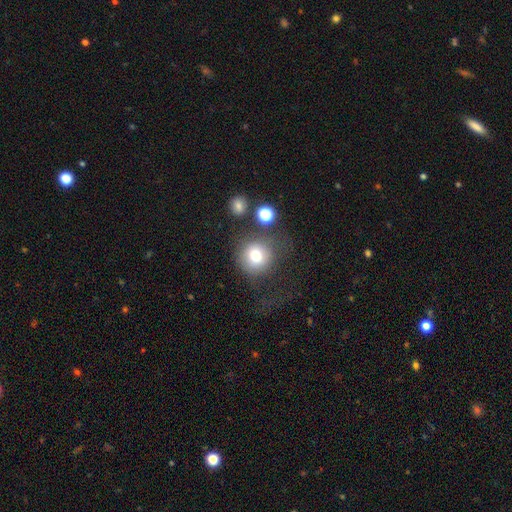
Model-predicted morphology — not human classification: A smooth galaxy with no disk features (76%) that is round (91%).

Vote fractions:
- Smooth or featured? smooth: 76% / star or artifact: 12% / featured or disk: 12%
- How rounded? round: 91% / in between: 8% / cigar-shaped: 1%
- Merging? none: 62% / minor disturbance: 16% / major disturbance: 15% / merger: 8%